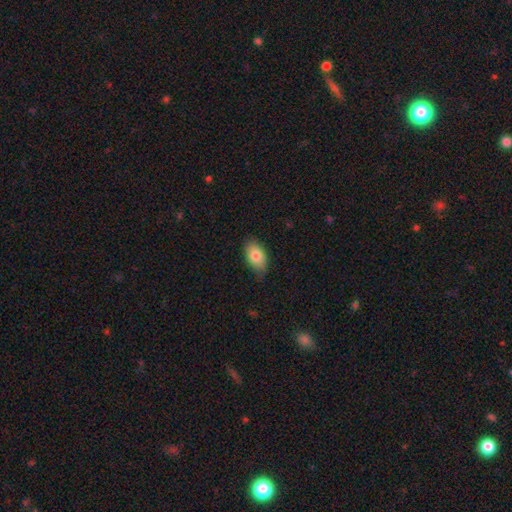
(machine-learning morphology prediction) smooth 81%, featured or disk 12%, star or artifact 7%. Down the decision tree: how rounded — in between (91%); merging — none (75%).